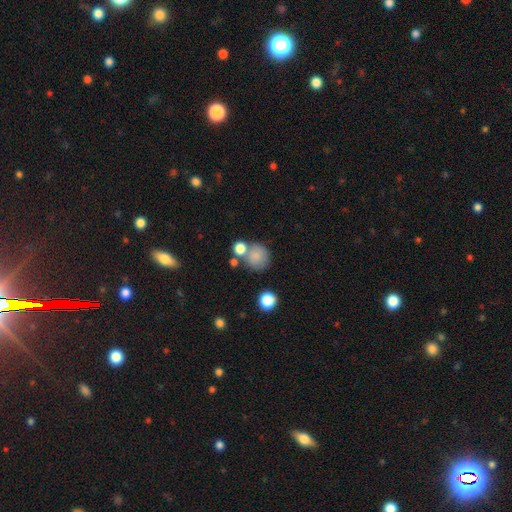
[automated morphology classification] Q: Smooth or featured?
A: smooth (80%); runner-up: star or artifact (10%)
Q: How rounded?
A: round (87%); runner-up: in between (12%)
Q: Merging?
A: none (57%); runner-up: merger (22%)